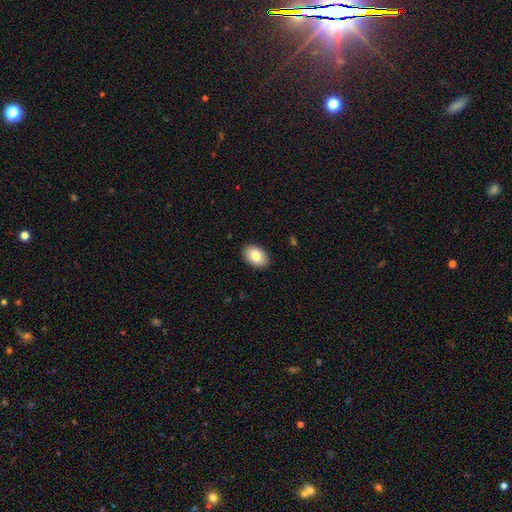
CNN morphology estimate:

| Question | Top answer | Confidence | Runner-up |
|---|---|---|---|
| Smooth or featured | smooth | 83% | featured or disk (11%) |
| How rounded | in between | 89% | round (10%) |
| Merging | none | 90% | minor disturbance (8%) |